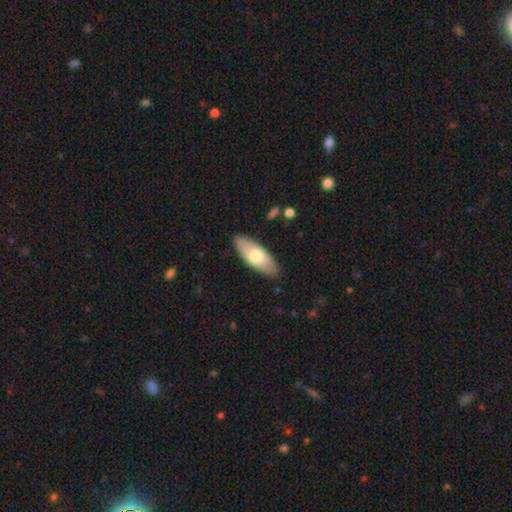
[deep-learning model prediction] Smooth or featured? Predicted: smooth (p=0.69). How rounded? Predicted: in between (p=0.77). Merging? Predicted: none (p=0.87).